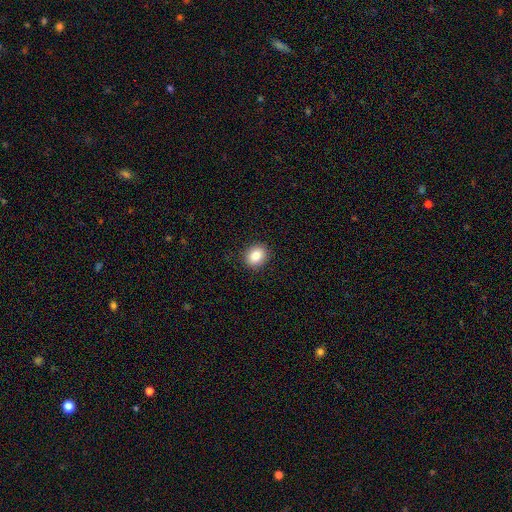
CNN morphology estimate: Smooth or featured? Predicted: smooth (p=0.85). How rounded? Predicted: round (p=0.54). Merging? Predicted: none (p=0.90).